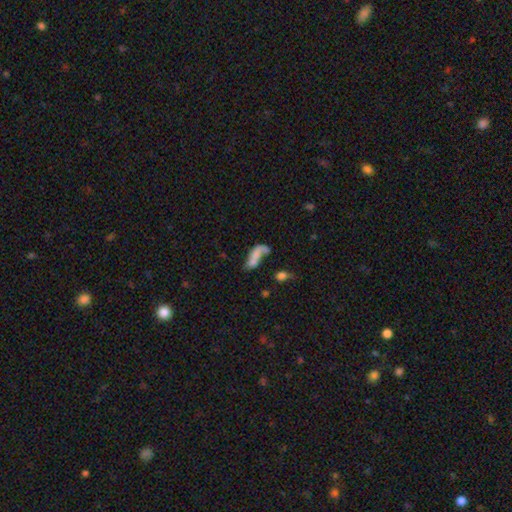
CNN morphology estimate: This appears to be a smooth galaxy with no disk features (57%) that is in between round and cigar-shaped (67%). Merging: merger (30%).